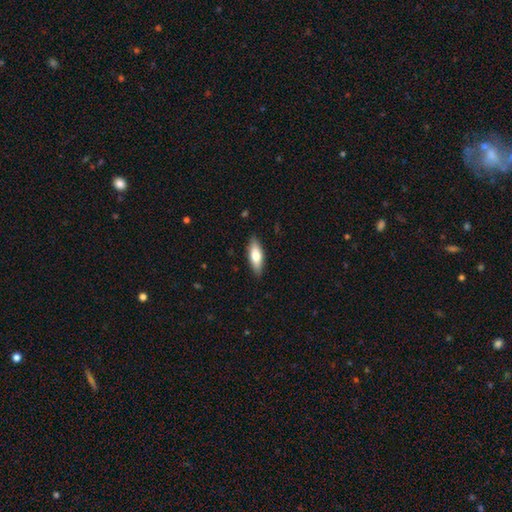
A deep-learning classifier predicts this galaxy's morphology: Overall: smooth (72%). How rounded: in between (64%; cigar-shaped 34%). Merging: none (87%).